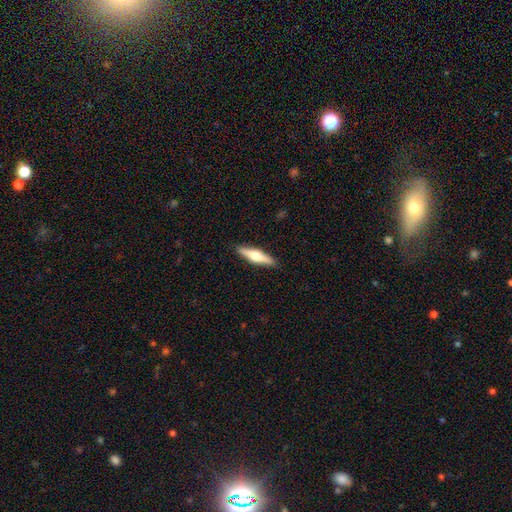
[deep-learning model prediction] smooth_or_featured: featured or disk (p=0.58) [alt: smooth p=0.37]
disk_edge_on: yes (p=0.97) [alt: no p=0.03]
edge_on_bulge: rounded (p=0.92) [alt: boxy p=0.05]
merging: none (p=0.91) [alt: minor disturbance p=0.07]